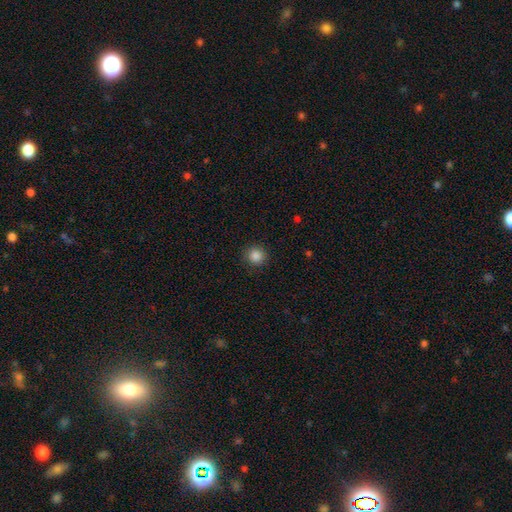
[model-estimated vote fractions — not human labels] A smooth galaxy with no disk features (86%) that is round (94%).

Vote fractions:
- Smooth or featured? smooth: 86% / star or artifact: 10% / featured or disk: 3%
- How rounded? round: 94% / in between: 6% / cigar-shaped: 1%
- Merging? none: 90% / minor disturbance: 6% / major disturbance: 2% / merger: 1%